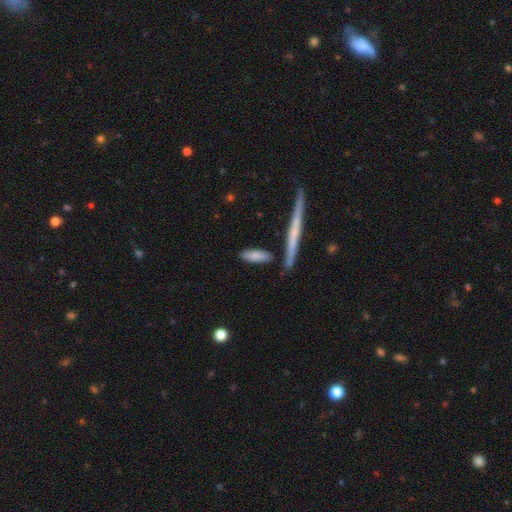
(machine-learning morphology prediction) type=smooth (80%); roundness=in between (53%); merging=none (75%).